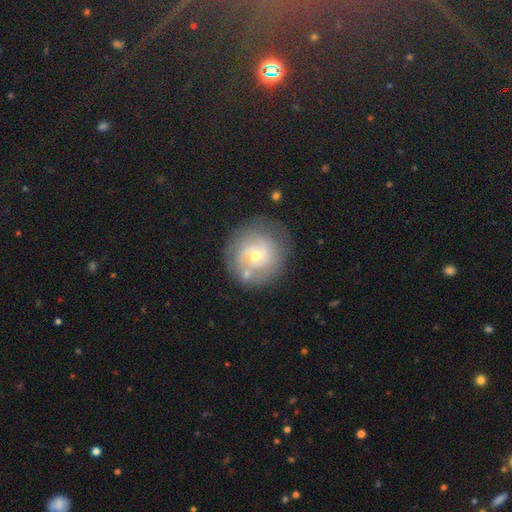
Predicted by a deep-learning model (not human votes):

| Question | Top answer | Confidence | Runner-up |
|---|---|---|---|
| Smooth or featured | featured or disk | 53% | smooth (38%) |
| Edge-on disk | no | 97% | yes (3%) |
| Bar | no | 73% | weak (23%) |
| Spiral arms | yes | 65% | no (35%) |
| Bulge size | moderate | 51% | small (44%) |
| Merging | none | 69% | minor disturbance (17%) |